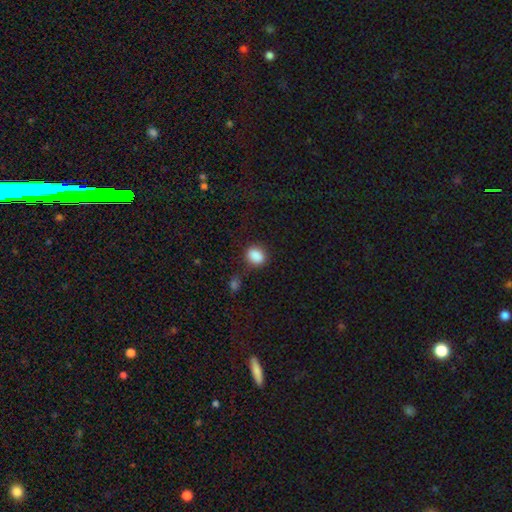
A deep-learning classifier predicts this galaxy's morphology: smooth_or_featured: smooth (p=0.87) [alt: star or artifact p=0.09]
how_rounded: in between (p=0.52) [alt: round p=0.47]
merging: none (p=0.73) [alt: minor disturbance p=0.16]